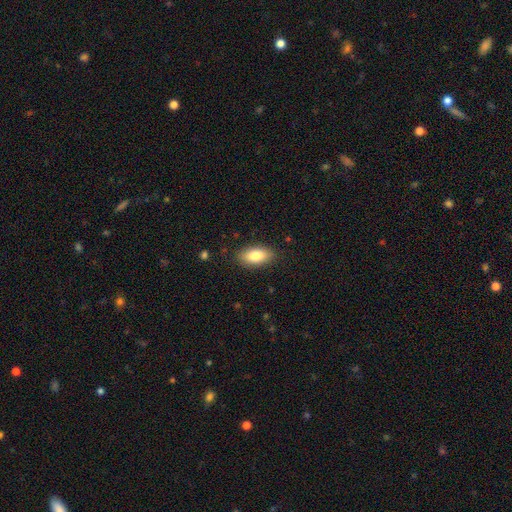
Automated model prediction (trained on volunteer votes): Smooth or featured? Predicted: smooth (p=0.82). How rounded? Predicted: in between (p=0.90). Merging? Predicted: none (p=0.86).